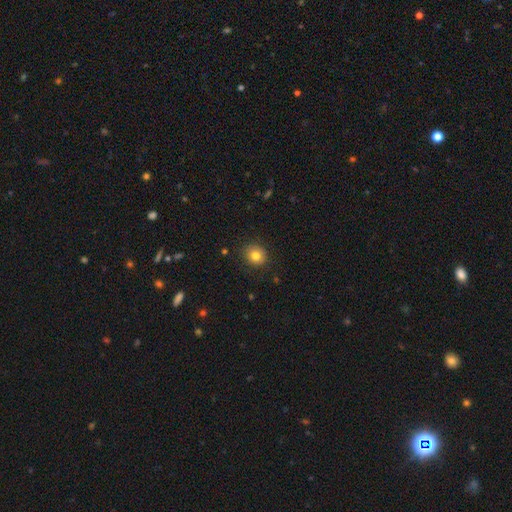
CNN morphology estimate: Smooth or featured? smooth (80%)
How rounded? round (84%)
Merging? none (87%)